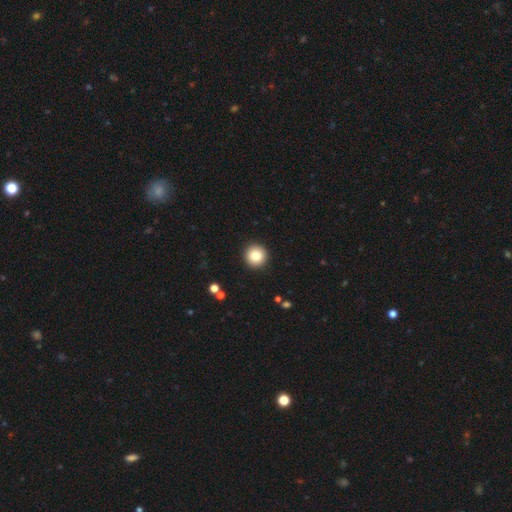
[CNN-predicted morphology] The model was most divided on "smooth or featured": smooth: 82%, star or artifact: 10%, featured or disk: 8%. More confident: how rounded — round (96%); merging — none (93%).